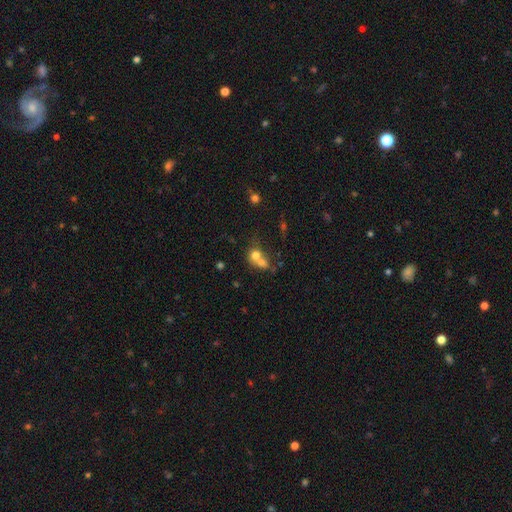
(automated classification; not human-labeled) Overall: smooth (69%). How rounded: round (67%; in between 32%). Merging: merger (67%).